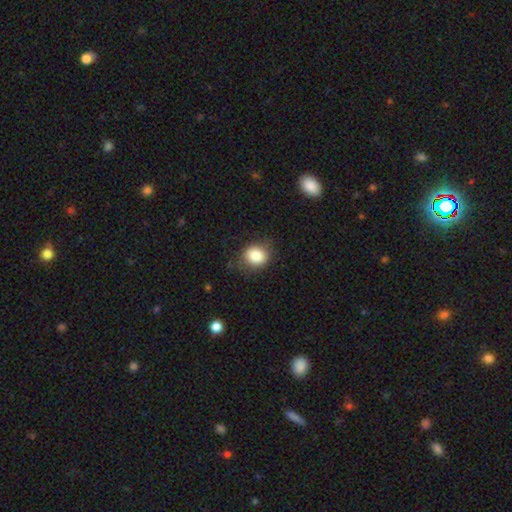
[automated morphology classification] Smooth or featured: smooth — 83% (star or artifact — 10%)
How rounded: round — 75% (in between — 24%)
Merging: none — 80% (minor disturbance — 15%)